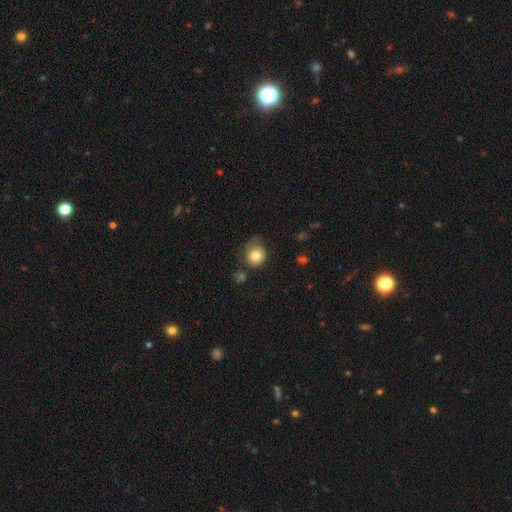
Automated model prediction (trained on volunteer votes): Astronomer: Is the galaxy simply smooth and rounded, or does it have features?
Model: smooth — 80%.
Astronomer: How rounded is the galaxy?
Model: round — 84%.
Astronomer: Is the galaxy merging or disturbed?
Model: none — 64%.